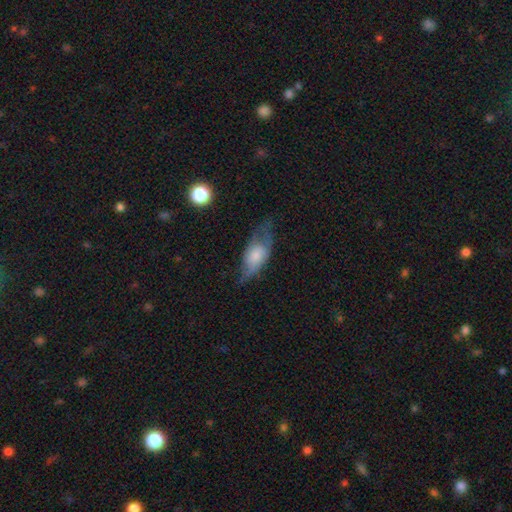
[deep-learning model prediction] smooth_or_featured: smooth (p=0.53) [alt: featured or disk p=0.40]
how_rounded: in between (p=0.82) [alt: cigar-shaped p=0.13]
merging: none (p=0.43) [alt: minor disturbance p=0.31]